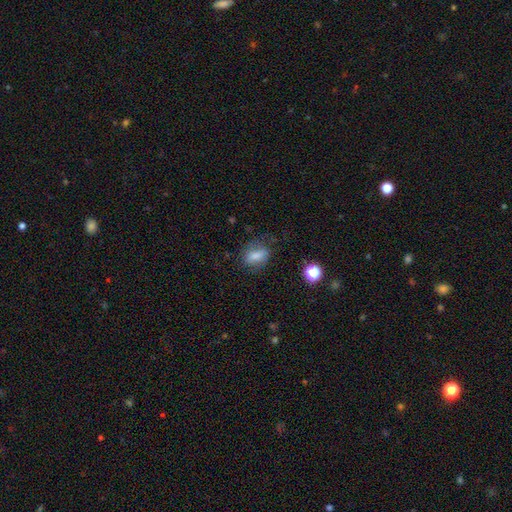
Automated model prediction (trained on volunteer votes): This is likely a smooth galaxy (67%). How rounded: likely in between (73%). Merging: likely none (67%).